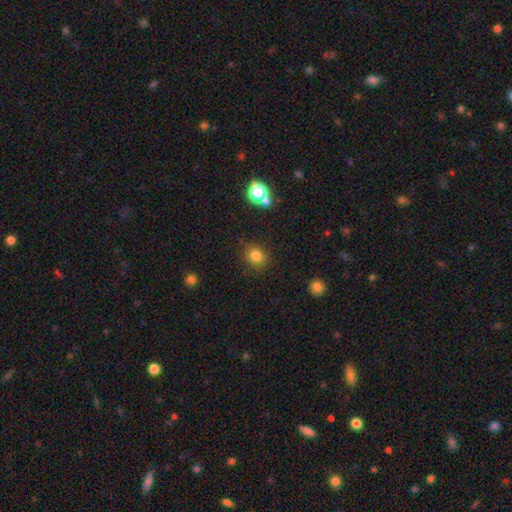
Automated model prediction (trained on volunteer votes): Smooth or featured? smooth (81%)
How rounded? round (86%)
Merging? none (85%)